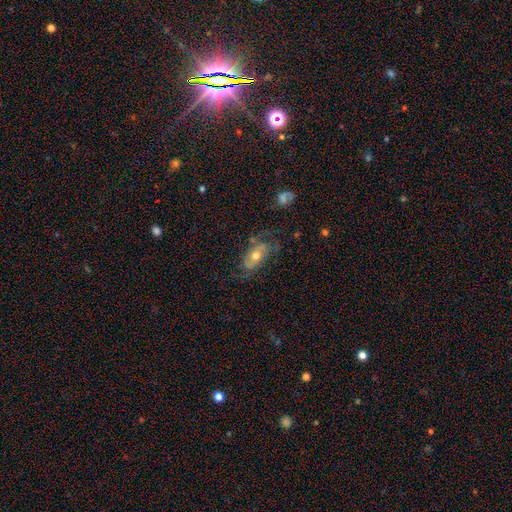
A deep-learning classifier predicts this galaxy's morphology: This appears to be a featured or disk galaxy (57%). Merging: none (52%).